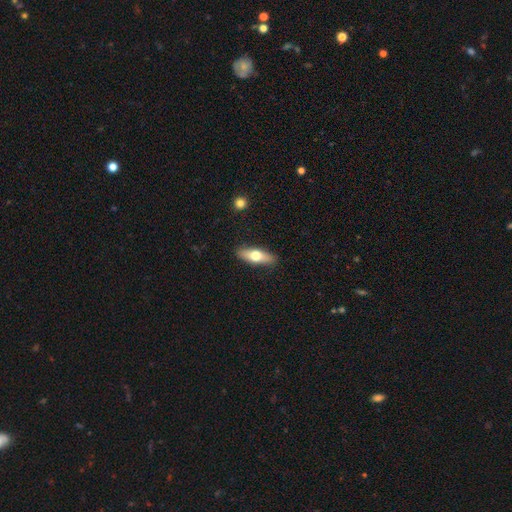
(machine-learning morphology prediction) A smooth galaxy with no disk features (57%) that is in between round and cigar-shaped (54%). Merging: none (88%).